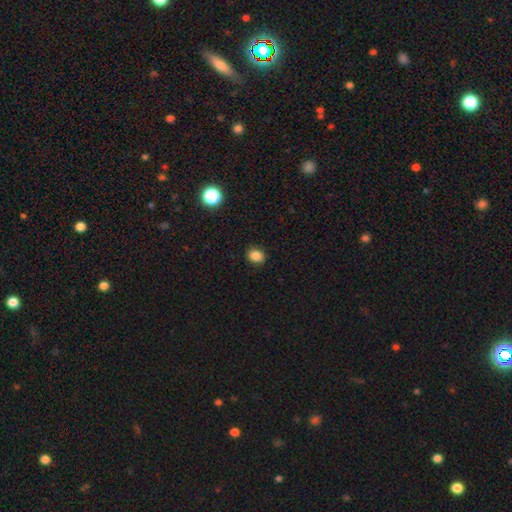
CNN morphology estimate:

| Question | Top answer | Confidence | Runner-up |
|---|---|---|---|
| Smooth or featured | smooth | 85% | star or artifact (11%) |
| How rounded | in between | 51% | round (48%) |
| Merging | none | 88% | minor disturbance (9%) |